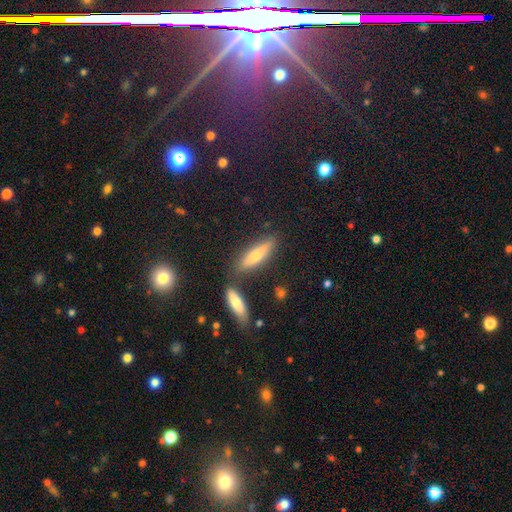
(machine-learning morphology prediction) Smooth or featured? smooth (50%)
Merging? none (79%)